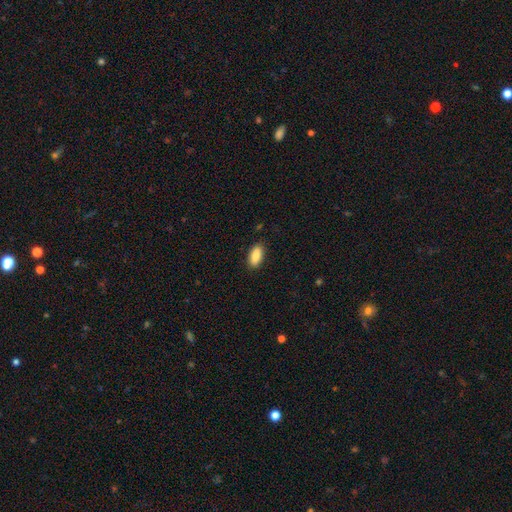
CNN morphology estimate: smooth 87%, star or artifact 7%, featured or disk 6%. Down the decision tree: how rounded — in between (91%); merging — none (88%).